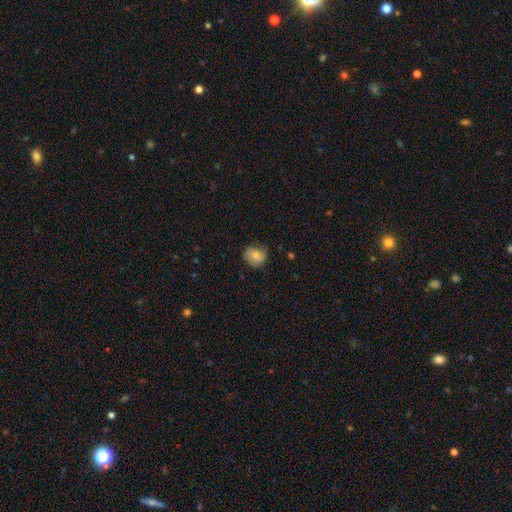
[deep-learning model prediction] A smooth galaxy with no disk features (70%) that is round (64%). Merging: none (62%).